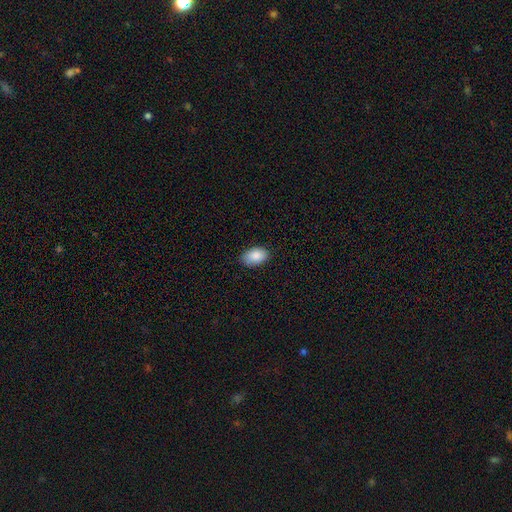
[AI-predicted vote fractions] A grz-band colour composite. It shows a smooth galaxy with no disk features (88%) that is in between round and cigar-shaped (92%). Merging: none (85%).